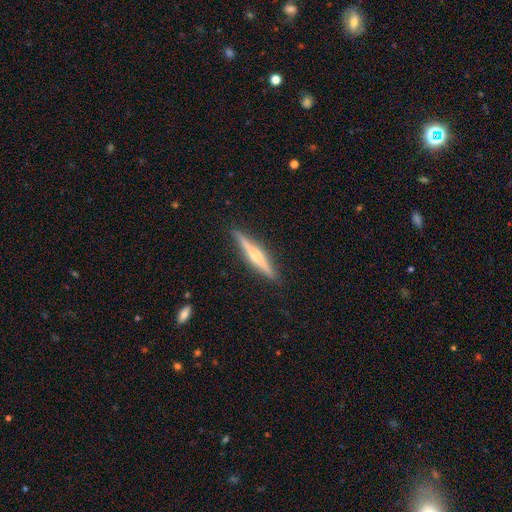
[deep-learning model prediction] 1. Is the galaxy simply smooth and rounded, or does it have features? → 68% featured or disk, 26% smooth, 6% star or artifact.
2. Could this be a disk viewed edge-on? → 98% yes, 2% no.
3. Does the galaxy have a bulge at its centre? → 80% rounded, 11% boxy, 9% none.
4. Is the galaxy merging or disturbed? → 90% none, 7% minor disturbance, 2% major disturbance, 1% merger.